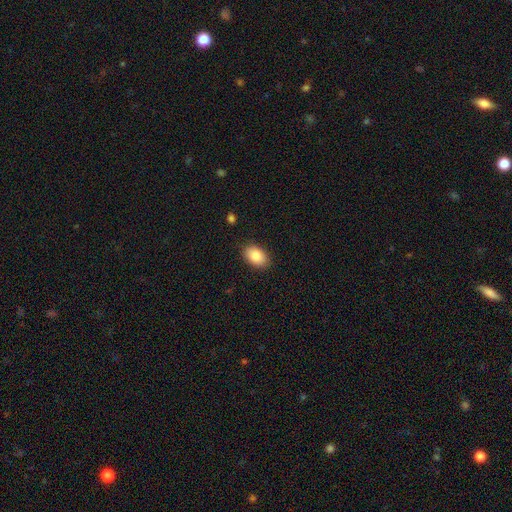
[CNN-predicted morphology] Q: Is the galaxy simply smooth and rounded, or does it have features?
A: smooth — 86%.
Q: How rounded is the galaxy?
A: in between — 89%.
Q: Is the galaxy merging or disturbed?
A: none — 88%.